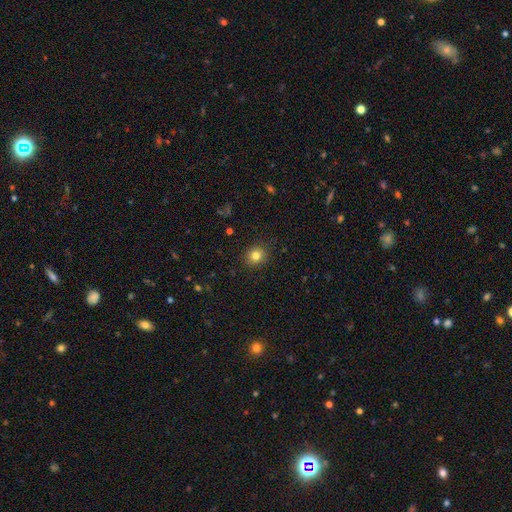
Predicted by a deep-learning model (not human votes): A smooth galaxy with no disk features (82%) that is round (80%).

Vote fractions:
- Smooth or featured? smooth: 82% / star or artifact: 12% / featured or disk: 7%
- How rounded? round: 80% / in between: 19% / cigar-shaped: 1%
- Merging? none: 89% / minor disturbance: 8% / major disturbance: 2% / merger: 1%